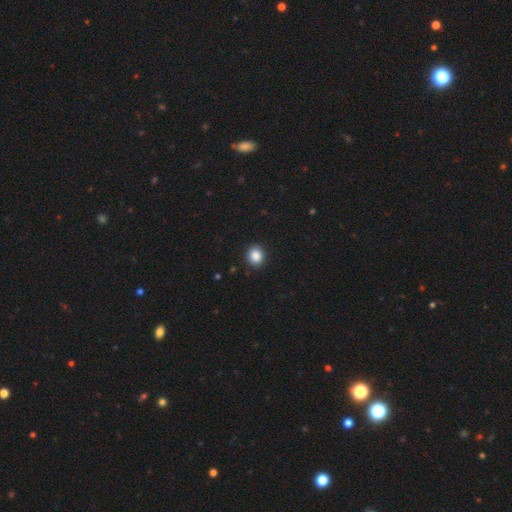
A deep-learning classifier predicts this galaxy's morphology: Overall: smooth (87%). How rounded: round (73%). Merging: none (90%).